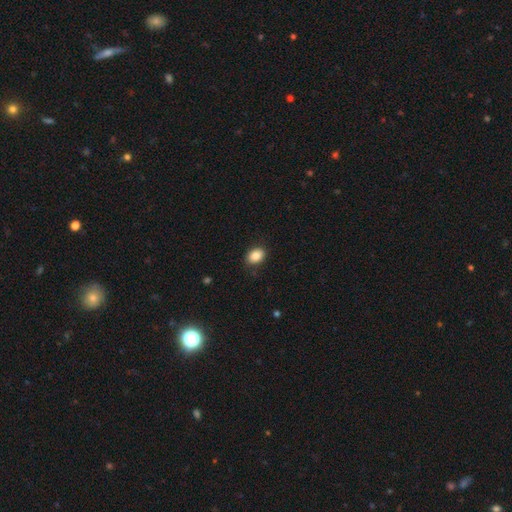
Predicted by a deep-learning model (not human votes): Smooth or featured? Predicted: smooth (p=0.86). How rounded? Predicted: in between (p=0.71). Merging? Predicted: none (p=0.88).